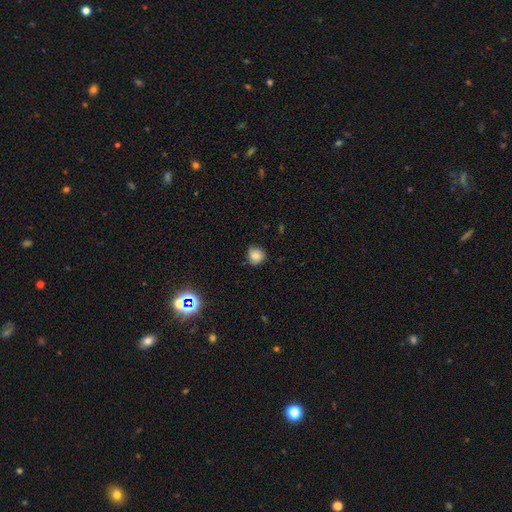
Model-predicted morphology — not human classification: Smooth or featured? Predicted: smooth (p=0.79). How rounded? Predicted: round (p=0.88). Merging? Predicted: none (p=0.79).